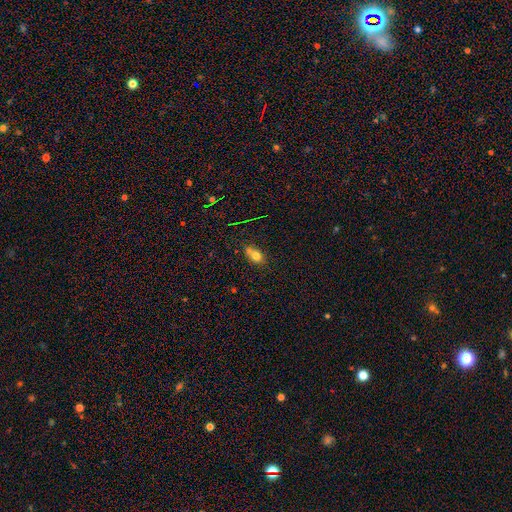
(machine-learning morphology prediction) The model was most divided on "merging": none: 50%, merger: 28%, minor disturbance: 16%, major disturbance: 5%. More confident: smooth or featured — smooth (75%); how rounded — in between (66%).